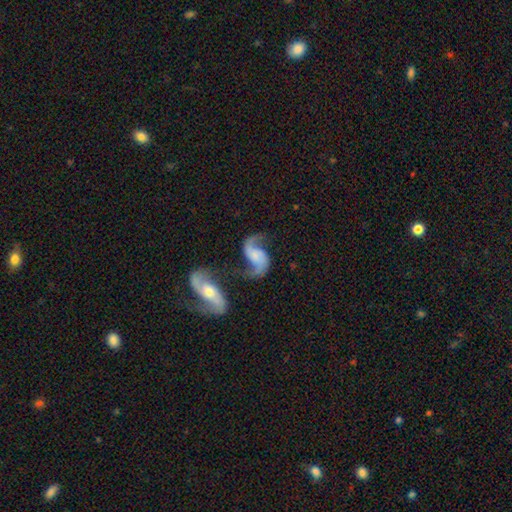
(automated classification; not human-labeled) A featured or disk galaxy (87%) with no bar (52%), 2 (93%) loose (76%) spiral arms (96%) and no central bulge (41%). Merging: none (48%).